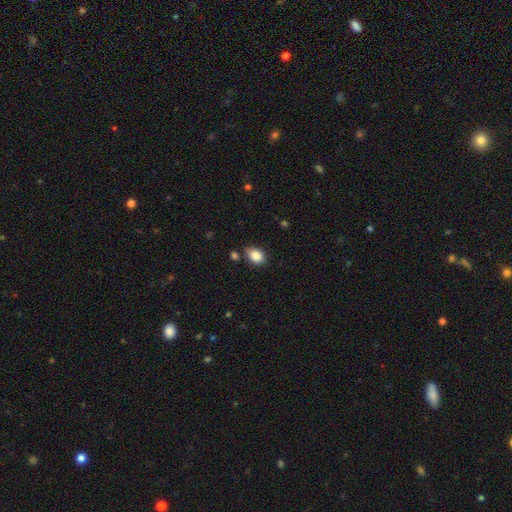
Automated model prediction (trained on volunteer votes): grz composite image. It shows a smooth galaxy with no disk features (86%) that is in between round and cigar-shaped (76%). Merging: none (74%).